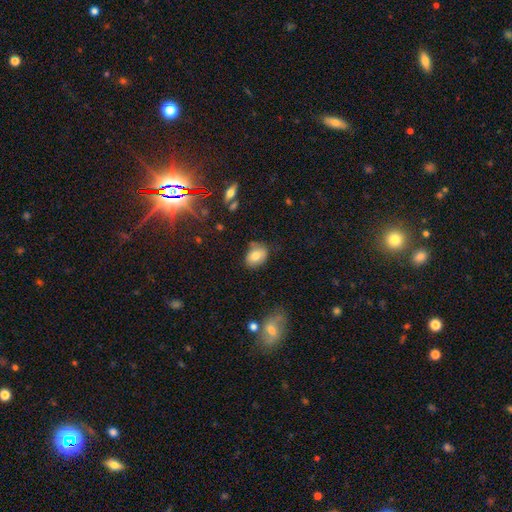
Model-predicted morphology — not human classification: type=smooth (78%); roundness=in between (74%); merging=none (70%).